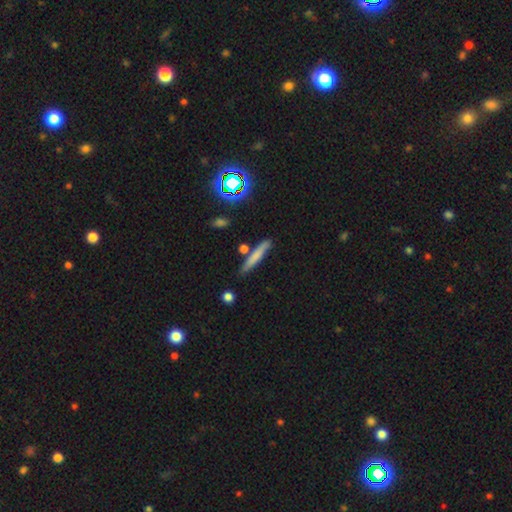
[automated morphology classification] type=smooth (67%); roundness=cigar-shaped (91%); merging=none (77%).